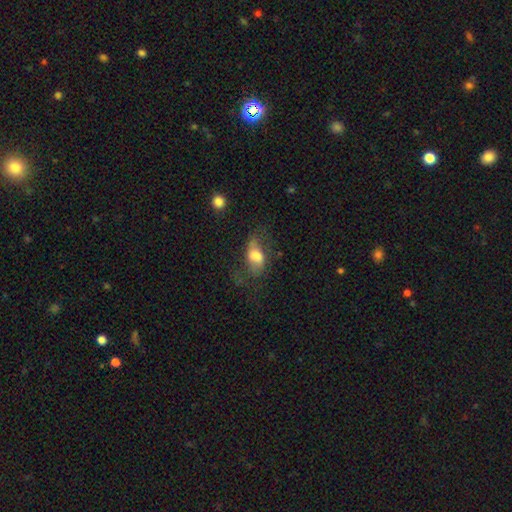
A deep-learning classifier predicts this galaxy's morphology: Smooth or featured? Predicted: smooth (p=0.54). How rounded? Predicted: in between (p=0.84). Merging? Predicted: none (p=0.39).